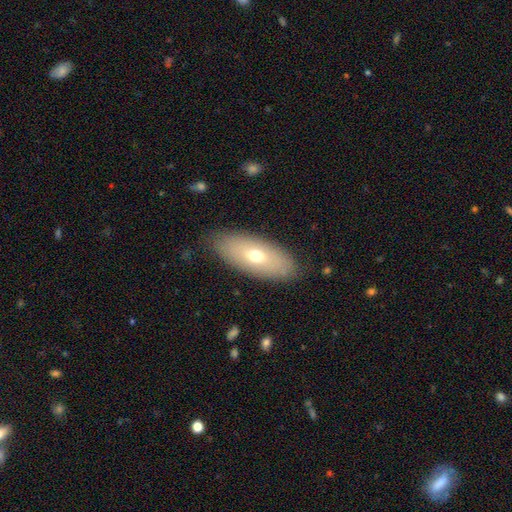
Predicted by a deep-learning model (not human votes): Q: Smooth or featured?
A: smooth (62%); runner-up: featured or disk (31%)
Q: How rounded?
A: in between (84%); runner-up: cigar-shaped (13%)
Q: Merging?
A: none (85%); runner-up: minor disturbance (11%)